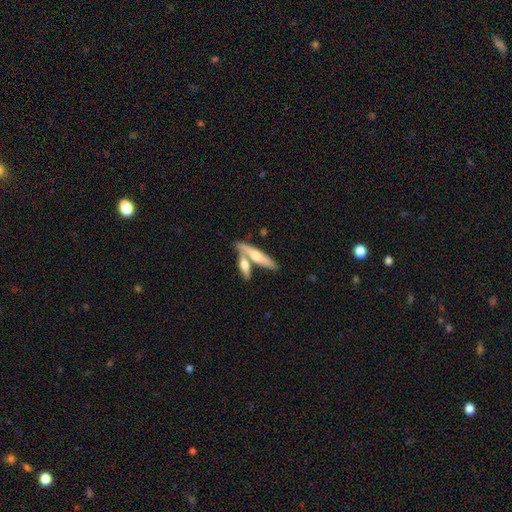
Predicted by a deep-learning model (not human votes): Overall: smooth (50%; featured or disk 45%). Merging: none (51%; merger 36%).